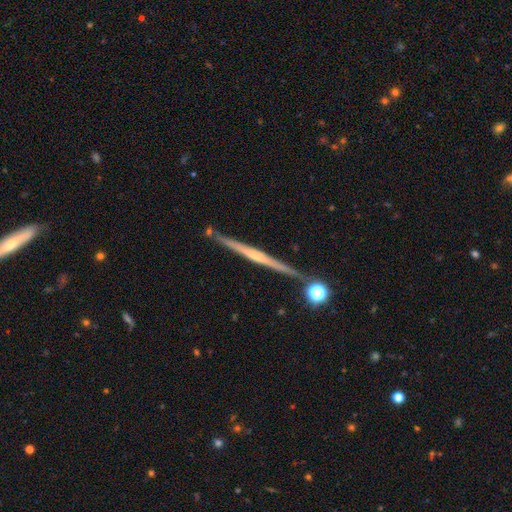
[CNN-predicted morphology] Q: Smooth or featured?
A: featured or disk (73%); runner-up: smooth (21%)
Q: Edge-on disk?
A: yes (98%); runner-up: no (2%)
Q: Edge-on bulge?
A: none (49%); runner-up: rounded (44%)
Q: Merging?
A: none (84%); runner-up: minor disturbance (9%)